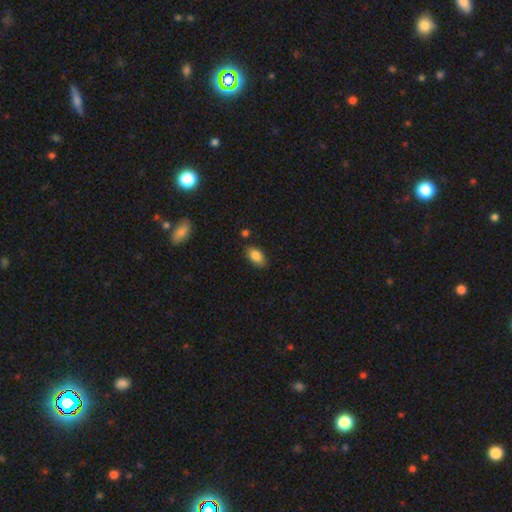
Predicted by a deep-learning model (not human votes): Morphology: type=smooth (86%); roundness=in between (92%); merging=none (81%).